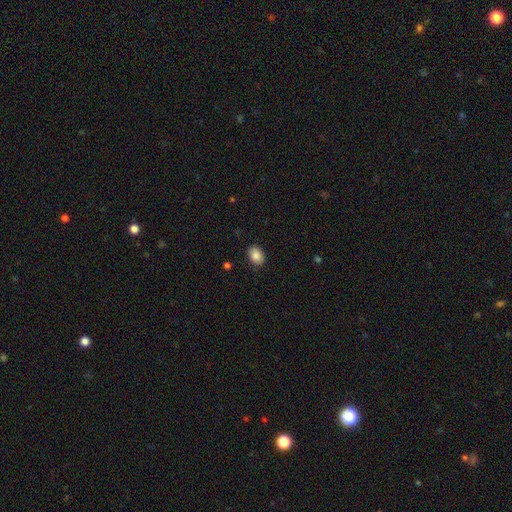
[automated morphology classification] Smooth or featured? smooth (86%)
How rounded? in between (73%)
Merging? none (87%)